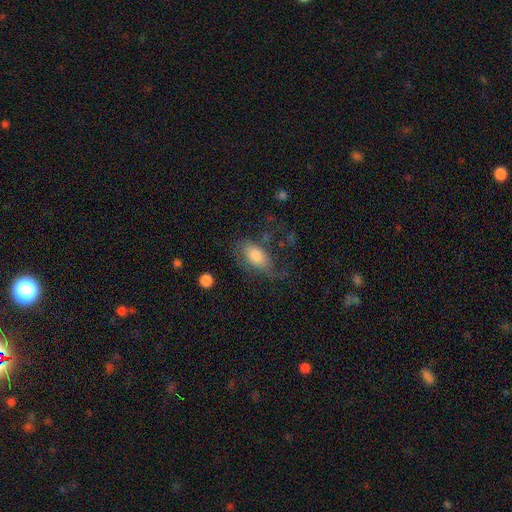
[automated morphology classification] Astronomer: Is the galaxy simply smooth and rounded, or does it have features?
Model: smooth — 65%.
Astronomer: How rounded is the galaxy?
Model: in between — 91%.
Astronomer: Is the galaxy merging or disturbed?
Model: none — 45% (runner-up: major disturbance, 29%).